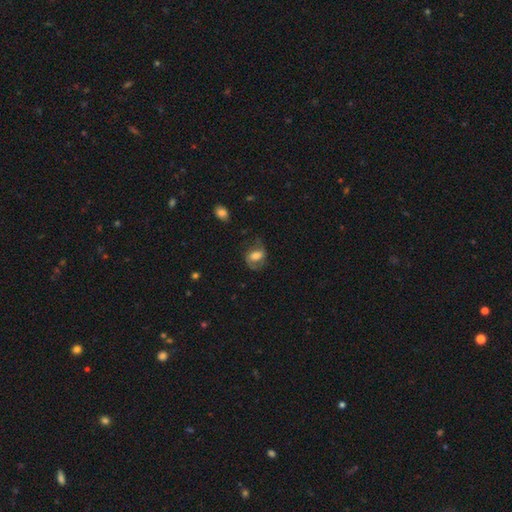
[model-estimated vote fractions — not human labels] Smooth or featured: featured or disk — 47% (smooth — 45%)
Merging: none — 55% (minor disturbance — 24%)